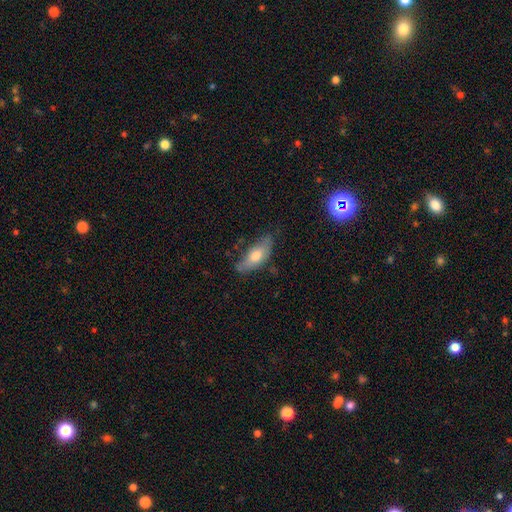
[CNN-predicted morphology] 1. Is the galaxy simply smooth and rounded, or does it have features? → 65% smooth, 28% featured or disk, 7% star or artifact.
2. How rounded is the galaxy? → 77% in between, 21% cigar-shaped, 3% round.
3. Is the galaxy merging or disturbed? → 64% none, 28% minor disturbance, 6% major disturbance, 3% merger.